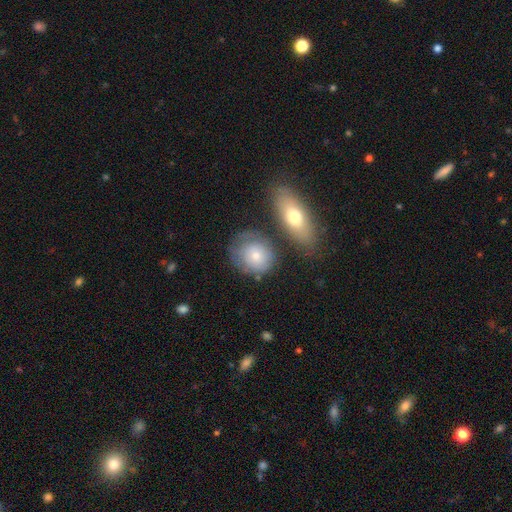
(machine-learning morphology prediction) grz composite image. It shows a smooth galaxy with no disk features (68%) that is round (68%). Merging: none (59%).